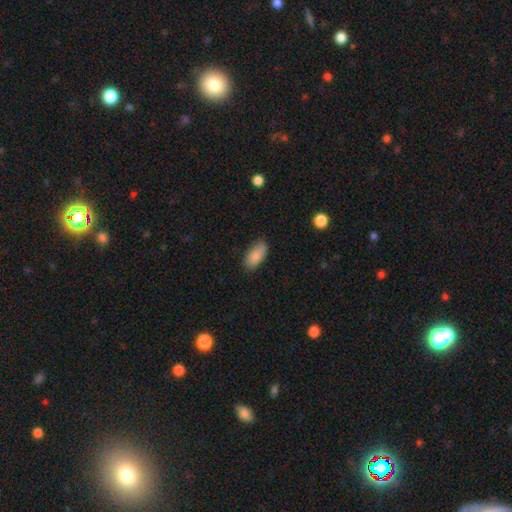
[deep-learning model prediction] Smooth or featured?
  - smooth: 86% *
  - featured or disk: 7%
  - star or artifact: 7%
How rounded?
  - in between: 92% *
  - cigar-shaped: 6%
  - round: 3%
Merging?
  - none: 77% *
  - minor disturbance: 18%
  - major disturbance: 3%
  - merger: 1%